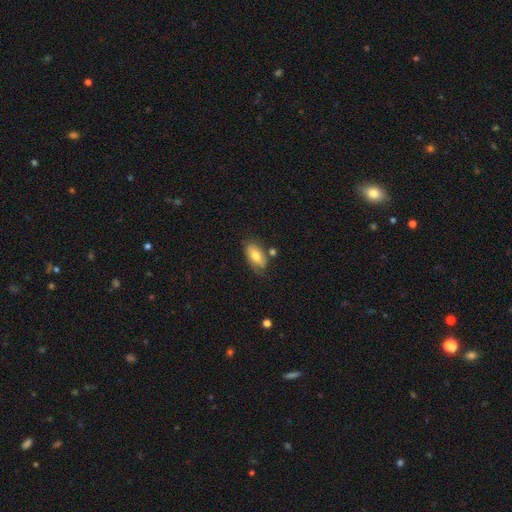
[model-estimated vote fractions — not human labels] Smooth or featured?
  - smooth: 69% *
  - featured or disk: 24%
  - star or artifact: 7%
How rounded?
  - in between: 91% *
  - cigar-shaped: 5%
  - round: 4%
Merging?
  - none: 61% *
  - minor disturbance: 24%
  - merger: 8%
  - major disturbance: 7%